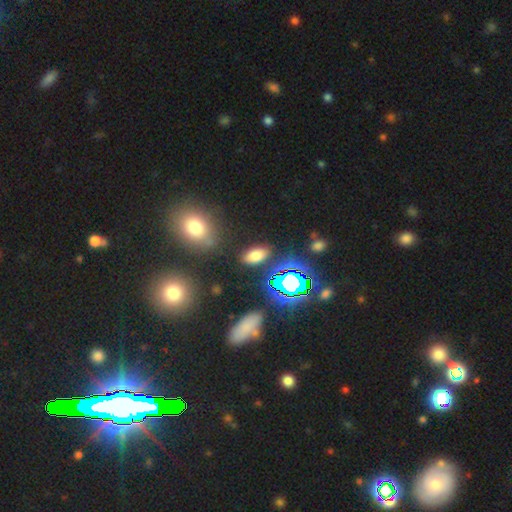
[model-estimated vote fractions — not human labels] This is likely a smooth galaxy (67%). How rounded: clearly in between (89%). Merging: clearly none (84%).